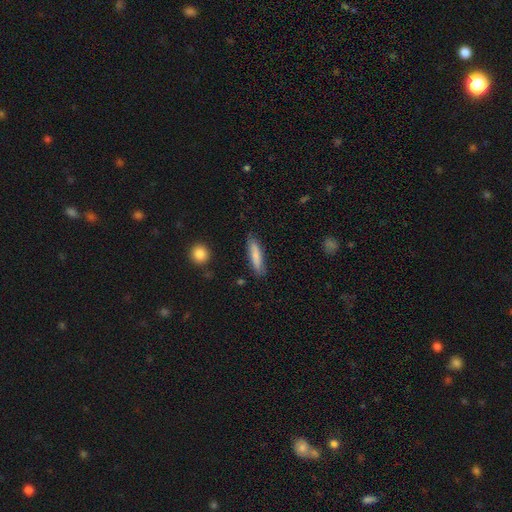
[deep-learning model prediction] smooth 79%, featured or disk 15%, star or artifact 6%. Down the decision tree: how rounded — cigar-shaped (79%); merging — none (83%).